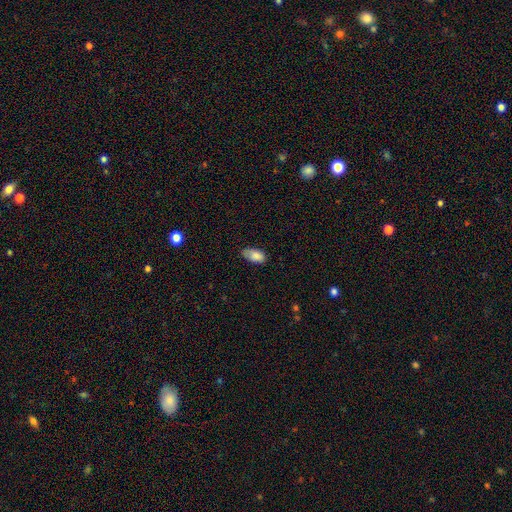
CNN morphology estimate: type=smooth (85%); roundness=in between (94%); merging=none (64%).